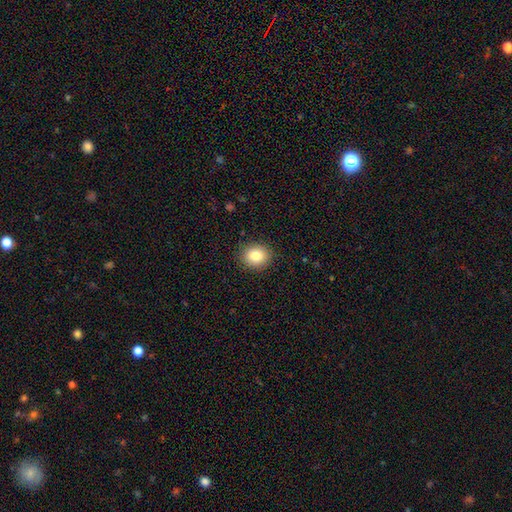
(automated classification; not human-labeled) Smooth or featured?
  - smooth: 83% *
  - star or artifact: 9%
  - featured or disk: 8%
How rounded?
  - round: 71% *
  - in between: 29%
  - cigar-shaped: 1%
Merging?
  - none: 89% *
  - minor disturbance: 8%
  - major disturbance: 2%
  - merger: 1%